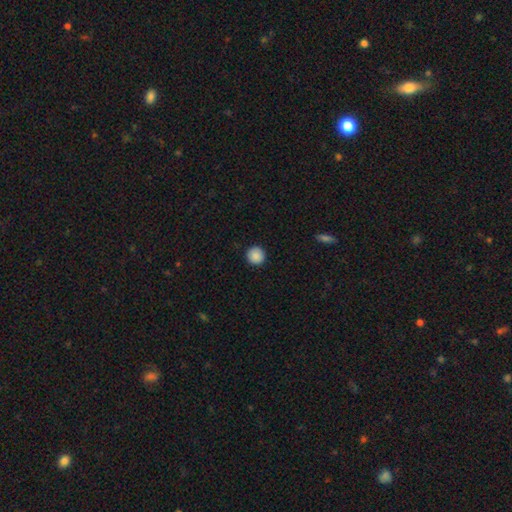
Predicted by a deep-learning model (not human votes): Smooth or featured?
  - smooth: 88% *
  - star or artifact: 9%
  - featured or disk: 3%
How rounded?
  - round: 95% *
  - in between: 4%
  - cigar-shaped: 1%
Merging?
  - none: 92% *
  - minor disturbance: 5%
  - major disturbance: 2%
  - merger: 1%